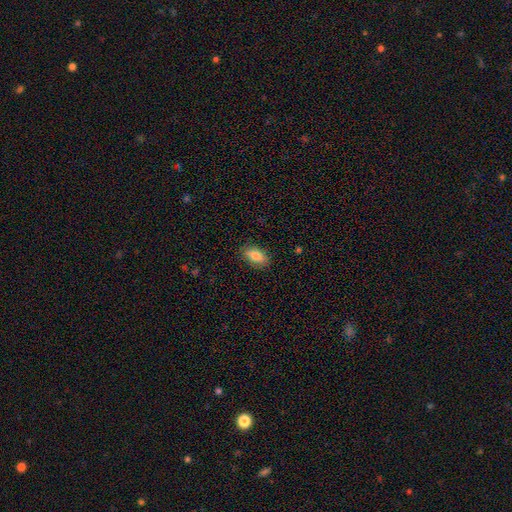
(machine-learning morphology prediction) type=smooth (84%); roundness=in between (90%); merging=none (86%).